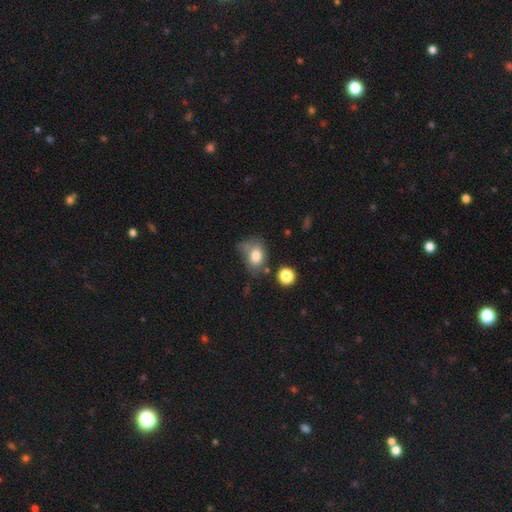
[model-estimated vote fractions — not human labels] smooth-or-featured: smooth: 78% | featured or disk: 12% | star or artifact: 10%
  how-rounded: in between: 66% | round: 33% | cigar-shaped: 1%
  merging: none: 42% | minor disturbance: 30% | major disturbance: 16% | merger: 12%